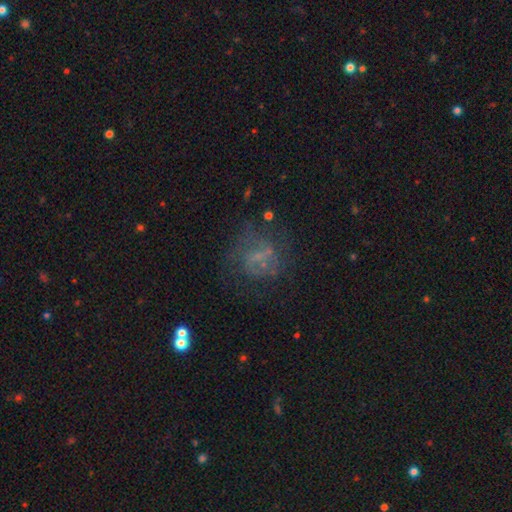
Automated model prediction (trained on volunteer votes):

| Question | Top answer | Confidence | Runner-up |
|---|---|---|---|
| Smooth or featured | featured or disk | 45% | smooth (31%) |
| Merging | none | 56% | major disturbance (22%) |